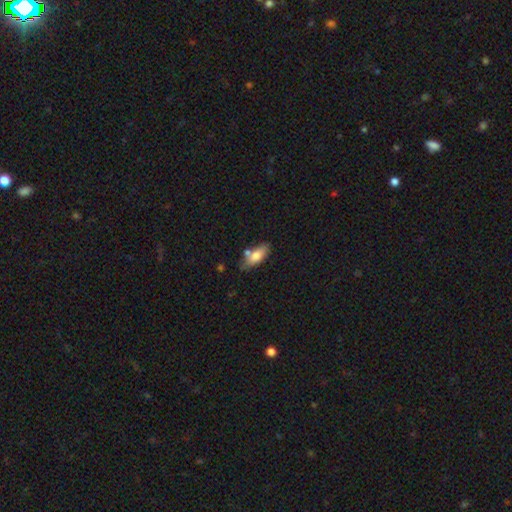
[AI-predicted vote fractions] Smooth or featured? Predicted: smooth (p=0.74). How rounded? Predicted: in between (p=0.76). Merging? Predicted: none (p=0.62).